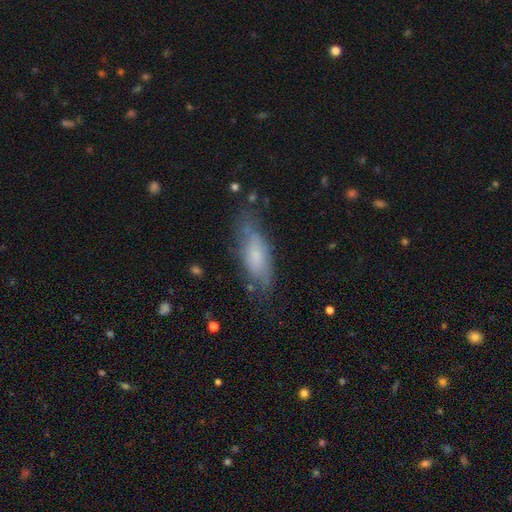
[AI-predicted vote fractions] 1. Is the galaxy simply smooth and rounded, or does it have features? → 59% smooth, 33% featured or disk, 8% star or artifact.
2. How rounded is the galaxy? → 65% in between, 33% cigar-shaped, 2% round.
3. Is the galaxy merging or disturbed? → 63% none, 25% minor disturbance, 10% major disturbance, 2% merger.